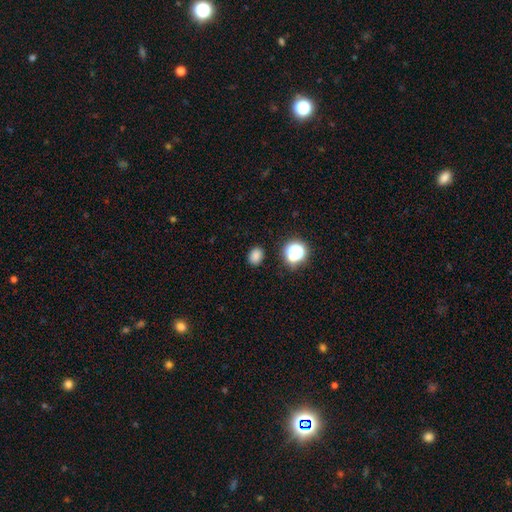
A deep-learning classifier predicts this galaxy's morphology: Smooth or featured? Predicted: smooth (p=0.79). How rounded? Predicted: in between (p=0.52). Merging? Predicted: none (p=0.86).